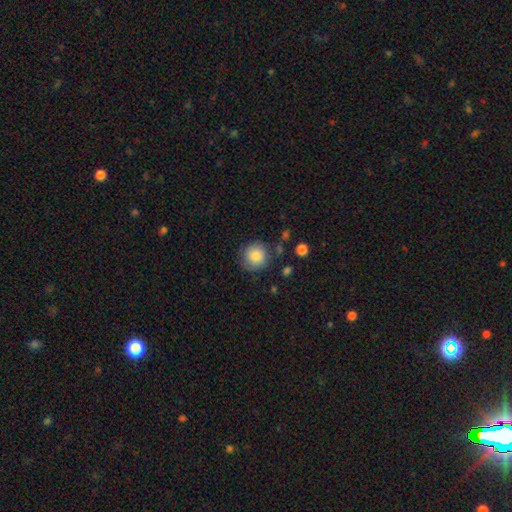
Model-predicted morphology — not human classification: A smooth galaxy with no disk features (82%) that is round (92%).

Vote fractions:
- Smooth or featured? smooth: 82% / featured or disk: 9% / star or artifact: 8%
- How rounded? round: 92% / in between: 7% / cigar-shaped: 1%
- Merging? none: 79% / minor disturbance: 14% / major disturbance: 4% / merger: 3%